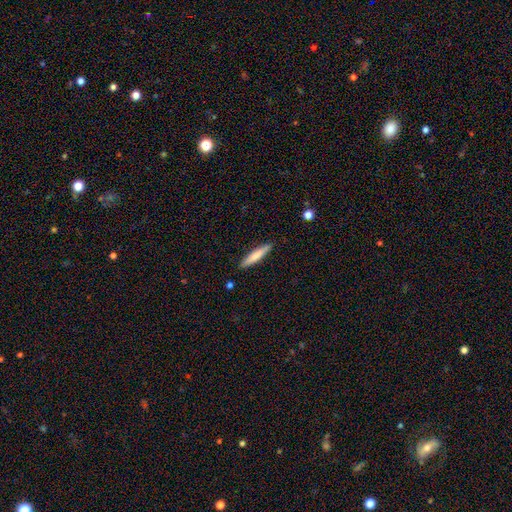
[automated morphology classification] This appears to be a smooth galaxy with no disk features (73%) that is cigar-shaped (89%). Merging: none (89%).